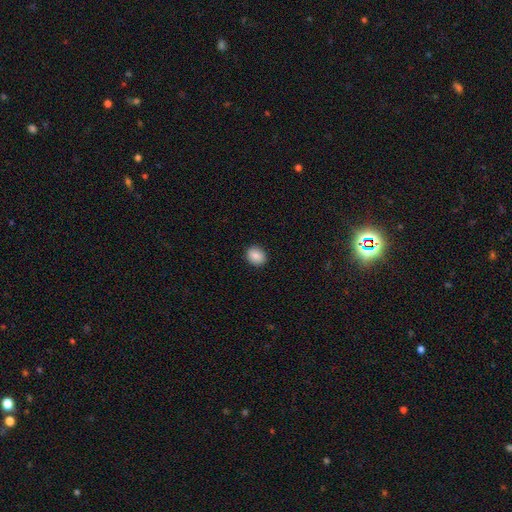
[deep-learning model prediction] This appears to be a smooth galaxy with no disk features (87%) that is round (64%). Merging: none (91%).